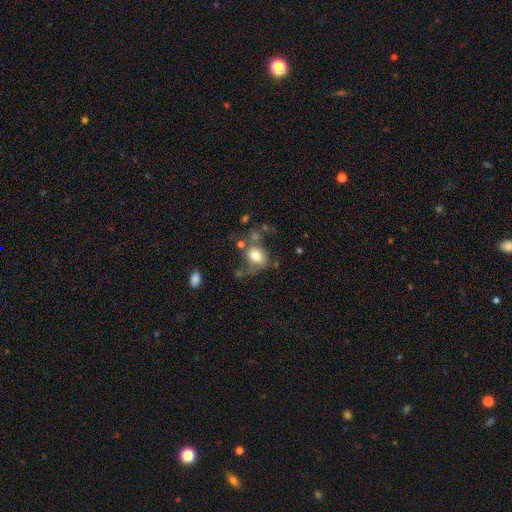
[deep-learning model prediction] Overall: smooth (73%). How rounded: in between (55%; round 44%). Merging: none (39%; major disturbance 24%).